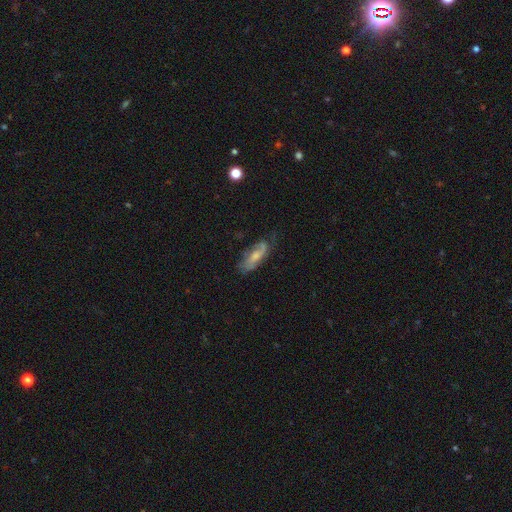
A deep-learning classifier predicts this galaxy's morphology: type=featured or disk (51%); edge-on=no (82%); merging=none (58%).